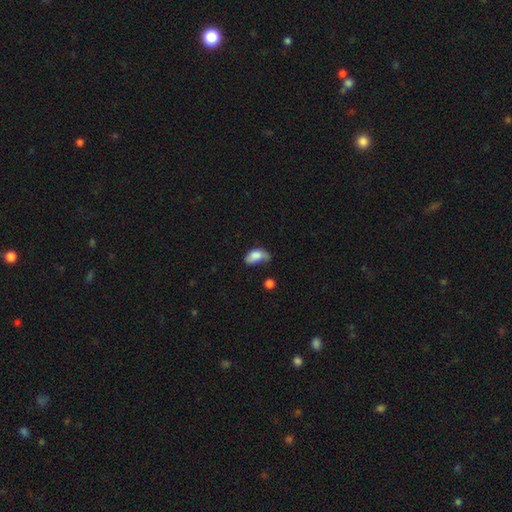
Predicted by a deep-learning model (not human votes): smooth-or-featured: smooth: 76% | featured or disk: 16% | star or artifact: 8%
  how-rounded: in between: 91% | round: 7% | cigar-shaped: 2%
  merging: minor disturbance: 38% | major disturbance: 28% | none: 26% | merger: 9%